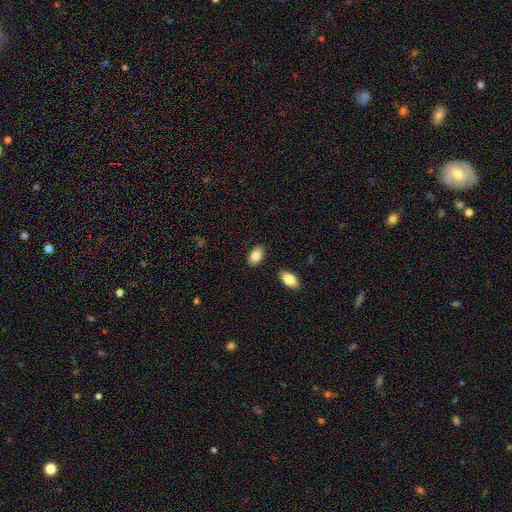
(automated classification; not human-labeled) A smooth galaxy with no disk features (88%) that is in between round and cigar-shaped (93%). Merging: none (84%).